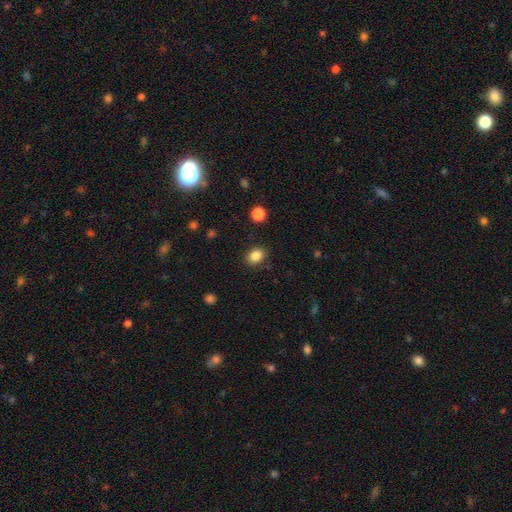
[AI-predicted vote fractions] Smooth or featured?
  - smooth: 85% *
  - star or artifact: 10%
  - featured or disk: 5%
How rounded?
  - in between: 57% *
  - round: 42%
  - cigar-shaped: 1%
Merging?
  - none: 87% *
  - minor disturbance: 9%
  - major disturbance: 3%
  - merger: 1%